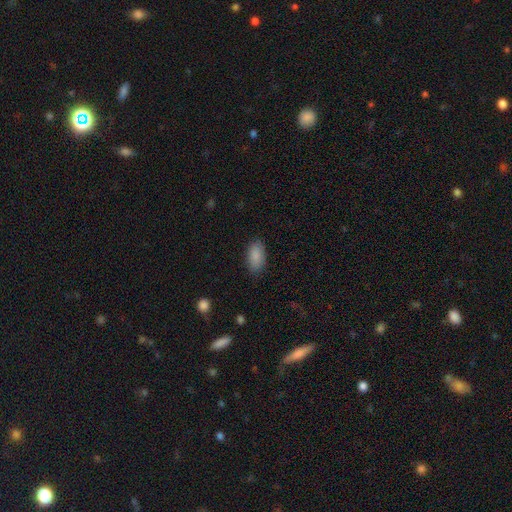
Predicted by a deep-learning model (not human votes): Overall: smooth (88%). How rounded: in between (94%). Merging: none (84%).